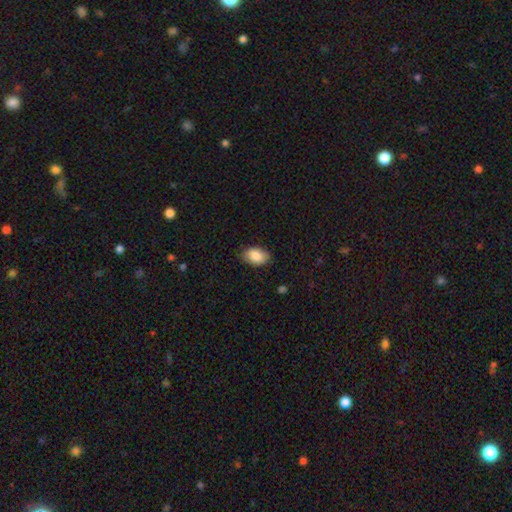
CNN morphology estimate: Smooth or featured? Predicted: smooth (p=0.88). How rounded? Predicted: in between (p=0.90). Merging? Predicted: none (p=0.84).